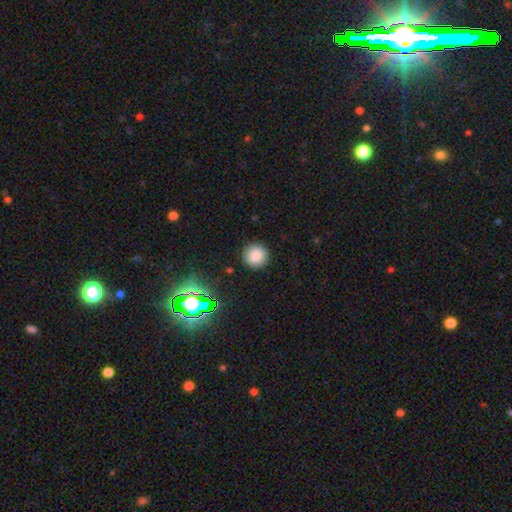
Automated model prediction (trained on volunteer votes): smooth-or-featured: smooth: 83% | star or artifact: 12% | featured or disk: 5%
  how-rounded: round: 94% | in between: 5% | cigar-shaped: 1%
  merging: none: 91% | minor disturbance: 6% | major disturbance: 2% | merger: 1%